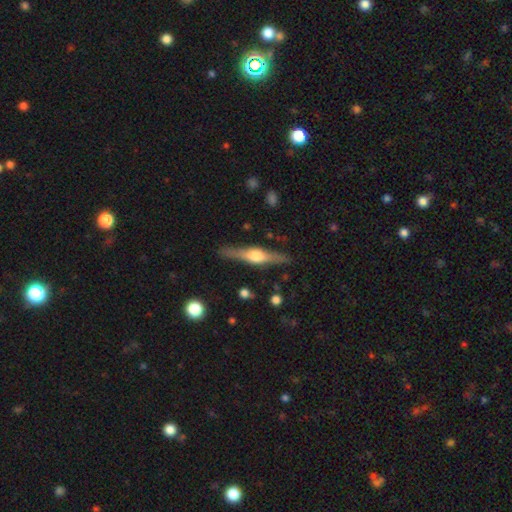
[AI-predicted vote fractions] A featured or disk galaxy (75%) viewed edge-on (97%) with a rounded central bulge (92%). Merging: none (87%).